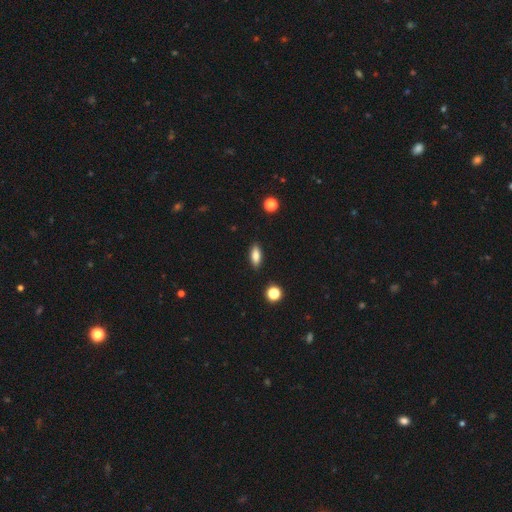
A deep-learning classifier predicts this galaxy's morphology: This appears to be a smooth galaxy with no disk features (82%) that is in between round and cigar-shaped (76%). Merging: none (88%).